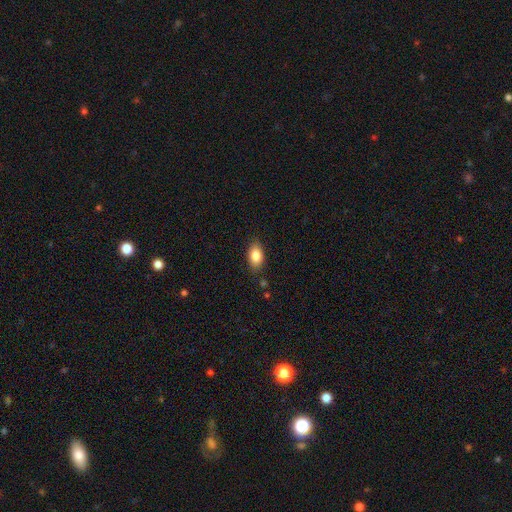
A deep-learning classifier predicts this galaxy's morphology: type=smooth (84%); roundness=in between (89%); merging=none (83%).